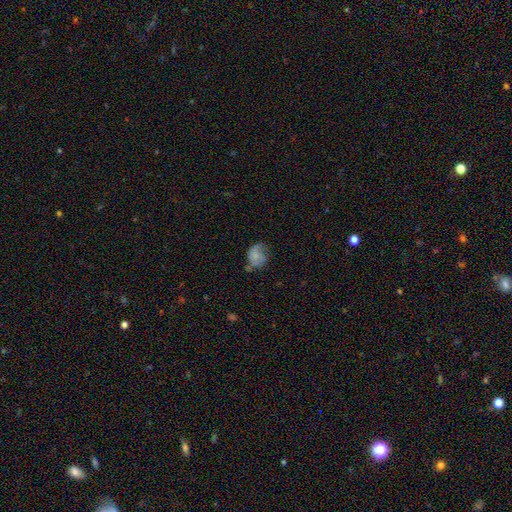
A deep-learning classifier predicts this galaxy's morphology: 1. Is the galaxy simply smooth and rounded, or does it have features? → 55% smooth, 35% featured or disk, 10% star or artifact.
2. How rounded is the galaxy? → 54% in between, 45% round, 1% cigar-shaped.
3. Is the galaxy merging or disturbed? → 39% none, 33% minor disturbance, 22% major disturbance, 6% merger.